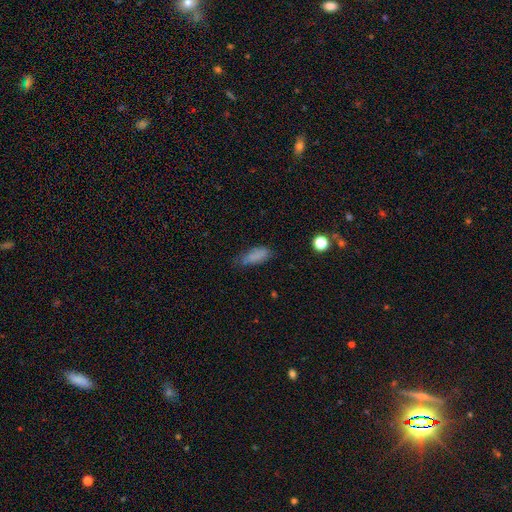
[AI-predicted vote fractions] This is clearly a smooth galaxy (81%). How rounded: likely in between (69%). Merging: possibly none (59%).